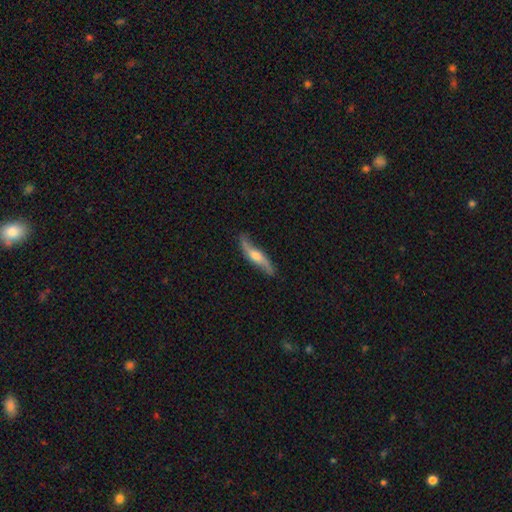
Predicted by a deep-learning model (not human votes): A featured or disk galaxy (70%) viewed edge-on (59%). Merging: none (78%).